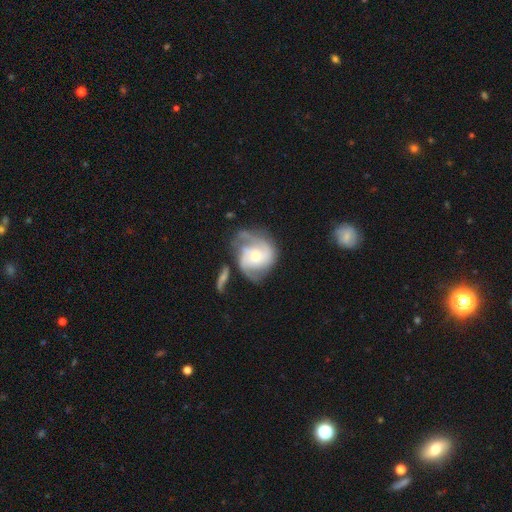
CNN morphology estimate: This is clearly a featured or disk galaxy (80%). It is clearly not viewed edge-on (97%). Bar: likely no (65%). Spiral arm pattern: clearly yes (93%). Spiral arm count: possibly 2 (57%). Spiral winding: possibly medium (45%). Central bulge: possibly moderate (49%). Merging: possibly none (51%).